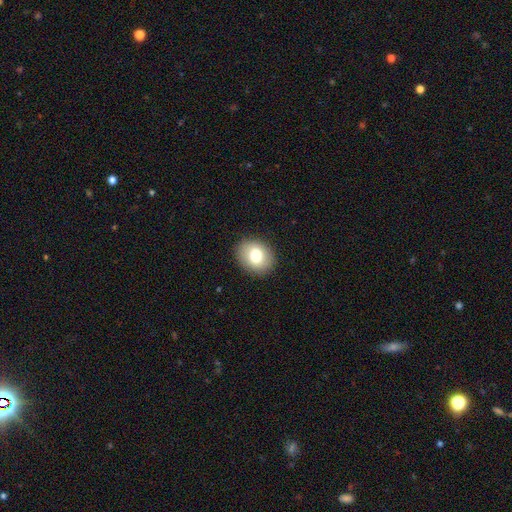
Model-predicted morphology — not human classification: Smooth or featured? Predicted: smooth (p=0.78). How rounded? Predicted: round (p=0.54). Merging? Predicted: none (p=0.89).